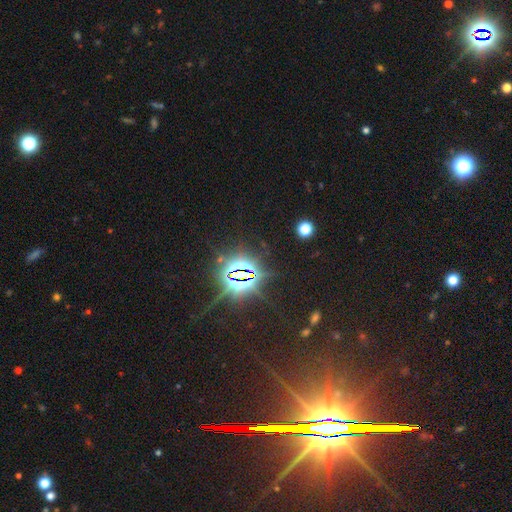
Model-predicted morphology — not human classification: Overall: star or artifact (85%).